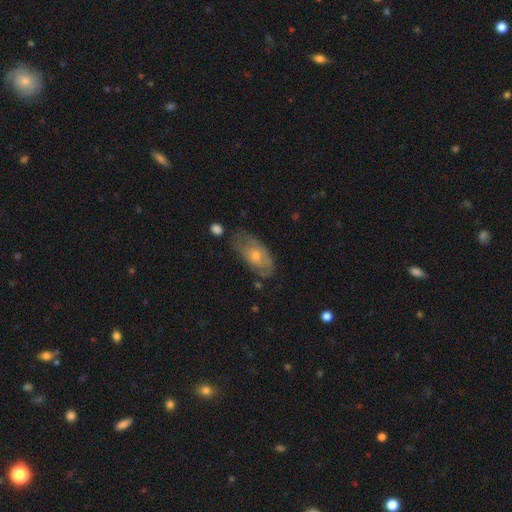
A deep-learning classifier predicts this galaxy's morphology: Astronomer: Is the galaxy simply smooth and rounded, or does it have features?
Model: featured or disk — 51% (runner-up: smooth, 41%).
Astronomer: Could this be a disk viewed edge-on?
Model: no — 88%.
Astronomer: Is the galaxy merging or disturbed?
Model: none — 57%.